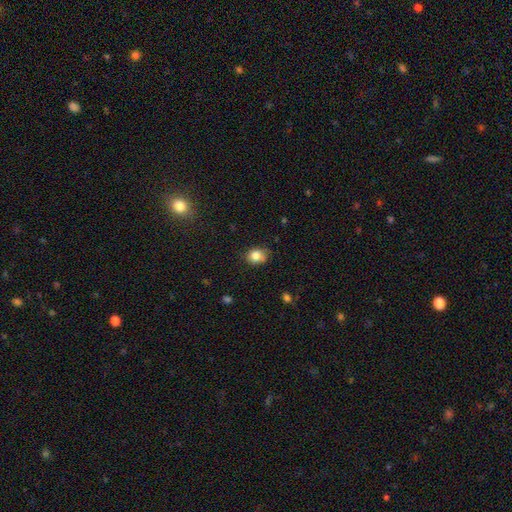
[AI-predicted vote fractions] A smooth galaxy with no disk features (82%) that is round (54%). Merging: none (66%).